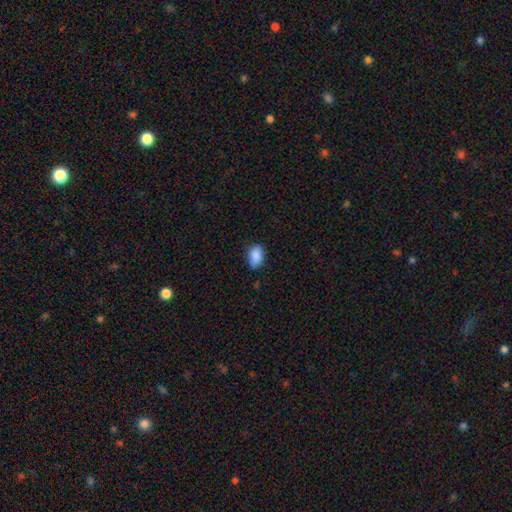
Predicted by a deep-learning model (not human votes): A smooth galaxy with no disk features (88%) that is in between round and cigar-shaped (87%).

Vote fractions:
- Smooth or featured? smooth: 88% / star or artifact: 8% / featured or disk: 5%
- How rounded? in between: 87% / round: 11% / cigar-shaped: 2%
- Merging? none: 72% / minor disturbance: 23% / major disturbance: 4% / merger: 1%